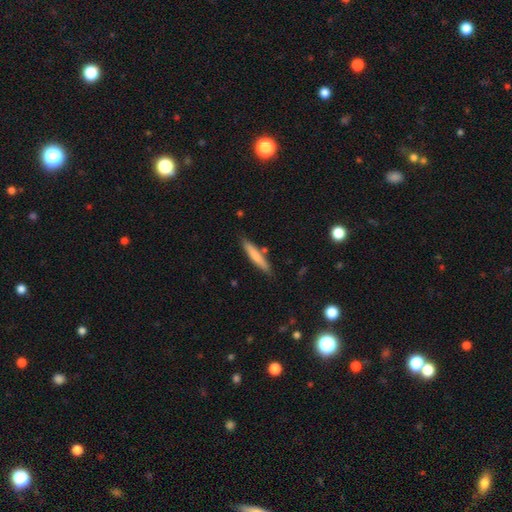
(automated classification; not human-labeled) smooth 70%, featured or disk 24%, star or artifact 6%. Down the decision tree: how rounded — cigar-shaped (92%); merging — none (82%).